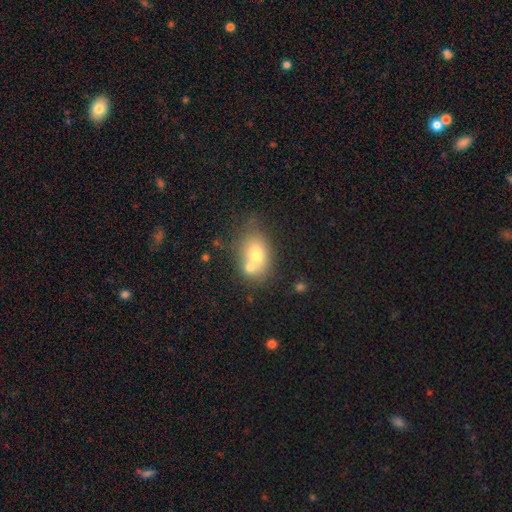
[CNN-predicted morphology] Overall: smooth (70%). How rounded: in between (73%). Merging: none (39%, tied with merger).